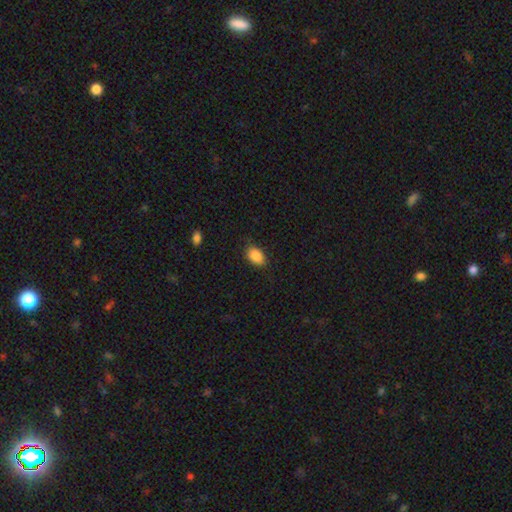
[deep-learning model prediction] smooth-or-featured: smooth: 88% | star or artifact: 8% | featured or disk: 4%
  how-rounded: in between: 87% | round: 11% | cigar-shaped: 1%
  merging: none: 82% | minor disturbance: 14% | major disturbance: 3% | merger: 1%